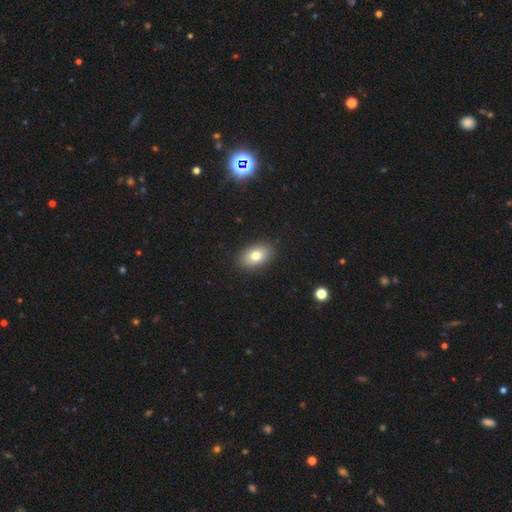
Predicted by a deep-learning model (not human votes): Smooth or featured?
  - smooth: 79% *
  - featured or disk: 12%
  - star or artifact: 9%
How rounded?
  - in between: 87% *
  - round: 11%
  - cigar-shaped: 1%
Merging?
  - none: 89% *
  - minor disturbance: 8%
  - major disturbance: 2%
  - merger: 1%